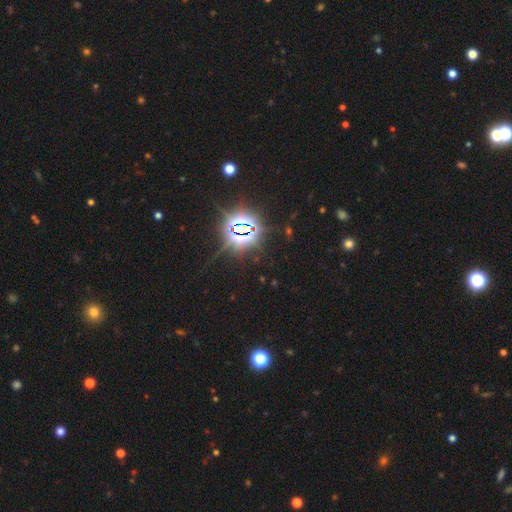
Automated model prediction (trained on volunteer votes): A star or artifact, not a galaxy (84%).

Vote fractions:
- Smooth or featured? star or artifact: 84% / smooth: 10% / featured or disk: 6%